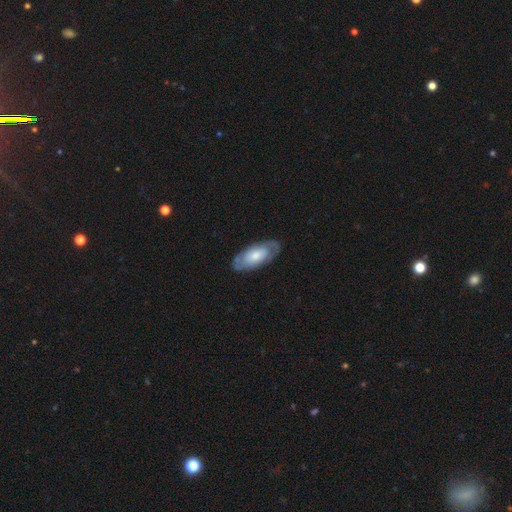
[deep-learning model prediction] Q: Smooth or featured?
A: featured or disk (49%); runner-up: smooth (46%)
Q: Merging?
A: none (78%); runner-up: minor disturbance (16%)